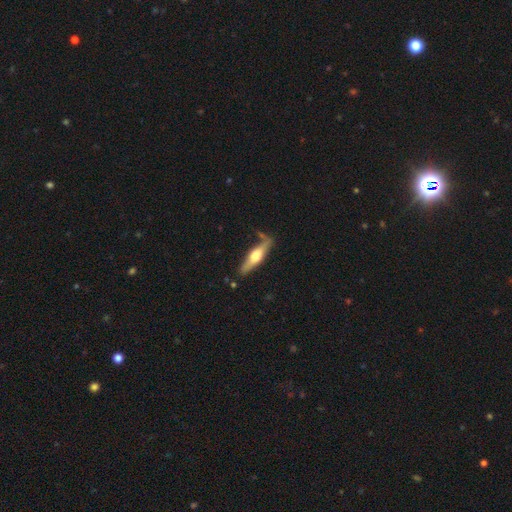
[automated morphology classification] Q: Smooth or featured?
A: featured or disk (60%); runner-up: smooth (36%)
Q: Edge-on disk?
A: yes (92%); runner-up: no (8%)
Q: Edge-on bulge?
A: rounded (93%); runner-up: boxy (4%)
Q: Merging?
A: none (75%); runner-up: minor disturbance (16%)